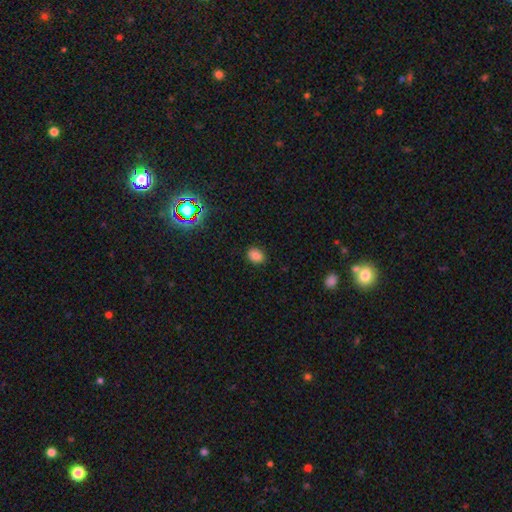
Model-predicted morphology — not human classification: This appears to be a smooth galaxy with no disk features (82%) that is in between round and cigar-shaped (55%). Merging: none (86%).